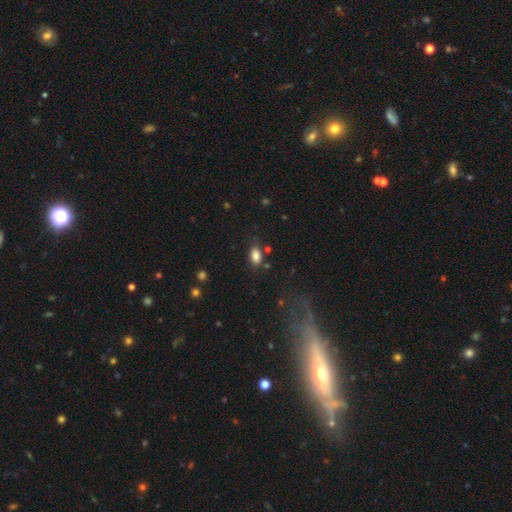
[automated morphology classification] Q: Smooth or featured?
A: smooth (85%); runner-up: star or artifact (9%)
Q: How rounded?
A: in between (91%); runner-up: round (7%)
Q: Merging?
A: none (78%); runner-up: minor disturbance (13%)